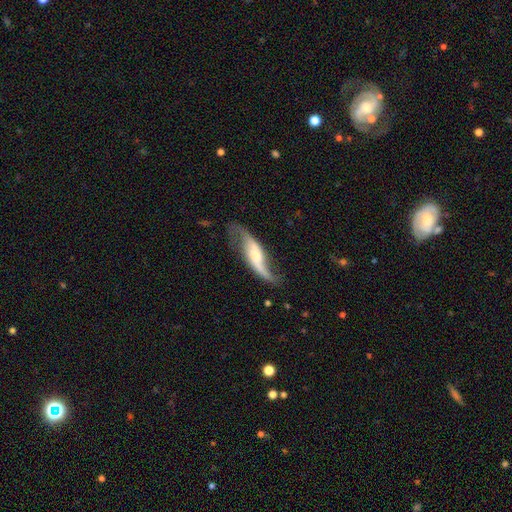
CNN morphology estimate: A featured or disk galaxy (83%) with no bar (40%), 2 (91%) loose (87%) spiral arms (95%) and a small central bulge (37%).

Vote fractions:
- Smooth or featured? featured or disk: 83% / smooth: 12% / star or artifact: 5%
- Edge-on disk? no: 84% / yes: 16%
- Bar? no: 40% / weak: 35% / strong: 25%
- Spiral arms? yes: 95% / no: 5%
- Spiral winding? loose: 87% / medium: 10% / tight: 3%
- Spiral arm count? 2: 91% / 1: 4% / can't tell: 2% / 3: 1% / 4: 1% / more than 4: 1%
- Bulge size? small: 37% / moderate: 31% / none: 17% / large: 12% / dominant: 3%
- Merging? none: 67% / minor disturbance: 19% / major disturbance: 11% / merger: 3%